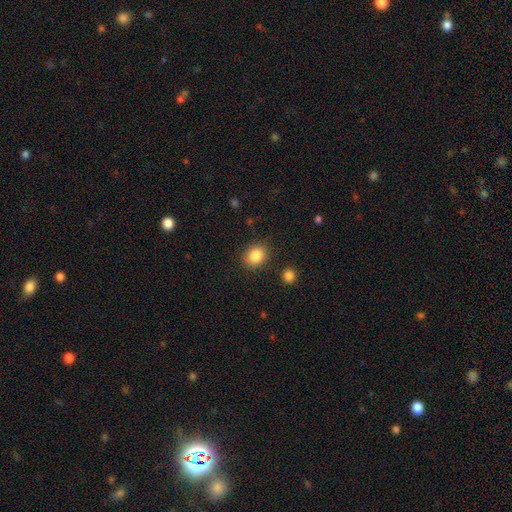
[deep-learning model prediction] Smooth or featured?
  - smooth: 86% *
  - star or artifact: 9%
  - featured or disk: 5%
How rounded?
  - round: 60% *
  - in between: 39%
  - cigar-shaped: 1%
Merging?
  - none: 85% *
  - minor disturbance: 10%
  - major disturbance: 3%
  - merger: 3%